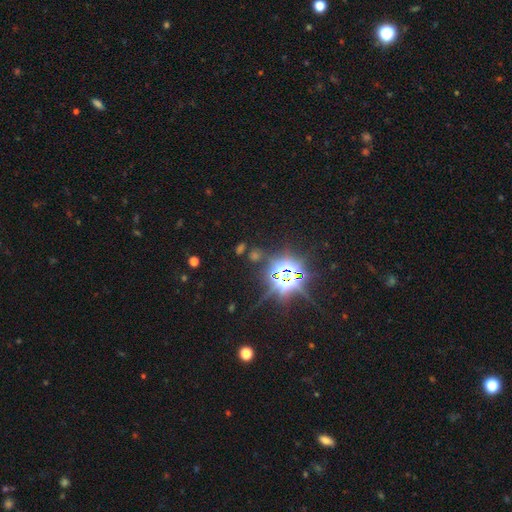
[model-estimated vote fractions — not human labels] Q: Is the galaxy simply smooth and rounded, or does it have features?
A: star or artifact — 81%.